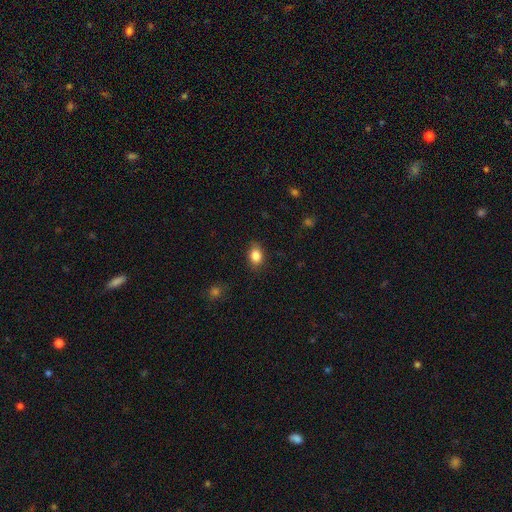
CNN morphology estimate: Overall: smooth (86%). How rounded: in between (74%). Merging: none (82%).